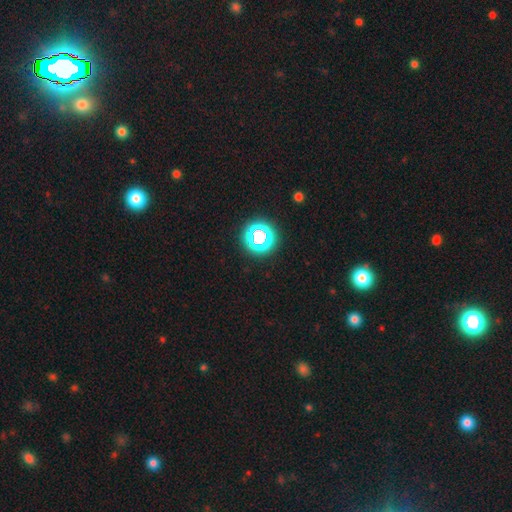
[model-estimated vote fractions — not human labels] Smooth or featured? Predicted: star or artifact (p=0.73).